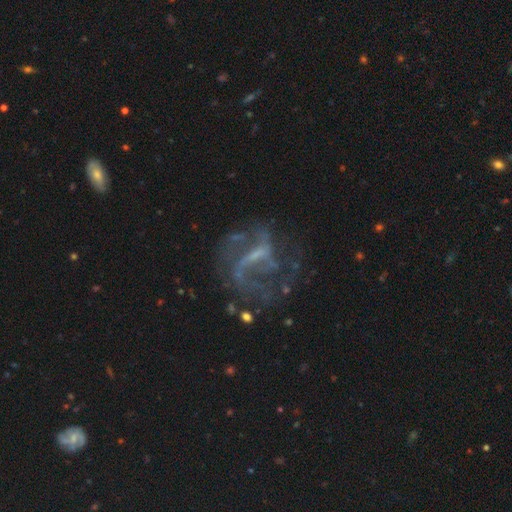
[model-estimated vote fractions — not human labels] Smooth or featured: featured or disk — 79% (star or artifact — 12%)
Edge-on disk: no — 96% (yes — 4%)
Bar: weak — 42% (strong — 39%)
Spiral arms: yes — 79% (no — 21%)
Spiral winding: loose — 52% (medium — 35%)
Spiral arm count: 2 — 53% (can't tell — 21%)
Bulge size: small — 46% (none — 36%)
Merging: none — 52% (major disturbance — 27%)